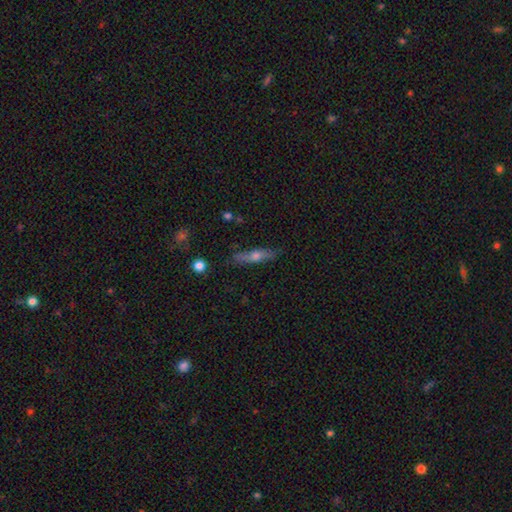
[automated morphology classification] A featured or disk galaxy (48%).

Vote fractions:
- Smooth or featured? featured or disk: 48% / smooth: 44% / star or artifact: 7%
- Merging? none: 83% / minor disturbance: 12% / major disturbance: 3% / merger: 2%